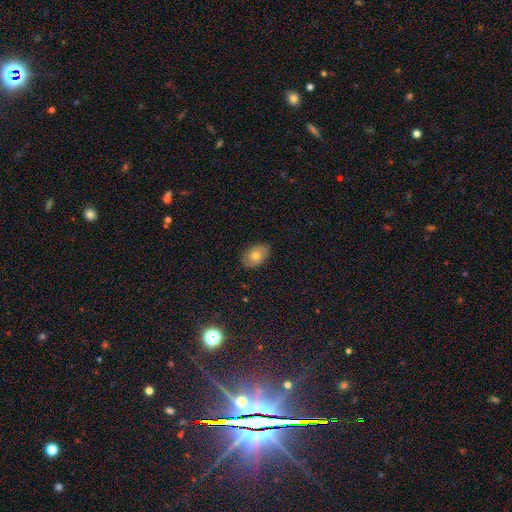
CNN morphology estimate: smooth 73%, featured or disk 18%, star or artifact 9%. Down the decision tree: how rounded — in between (87%); merging — none (86%).